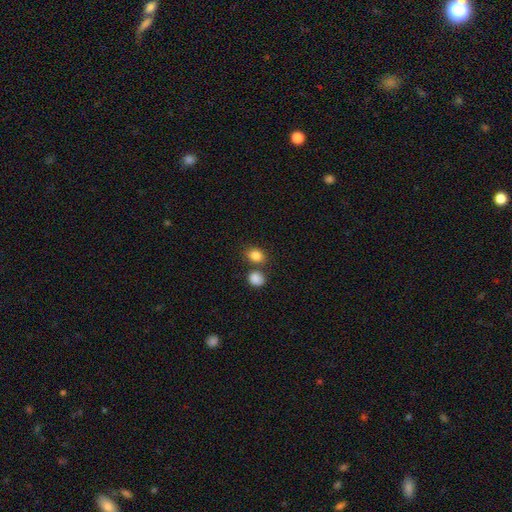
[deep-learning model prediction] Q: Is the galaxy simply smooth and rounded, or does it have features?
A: smooth — 85%.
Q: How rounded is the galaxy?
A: round — 50%.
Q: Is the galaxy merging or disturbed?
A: none — 62%.